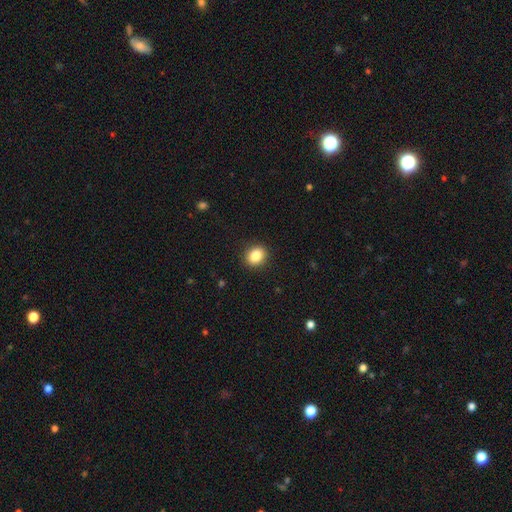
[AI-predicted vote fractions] Smooth or featured: smooth — 86% (star or artifact — 9%)
How rounded: round — 58% (in between — 41%)
Merging: none — 90% (minor disturbance — 7%)